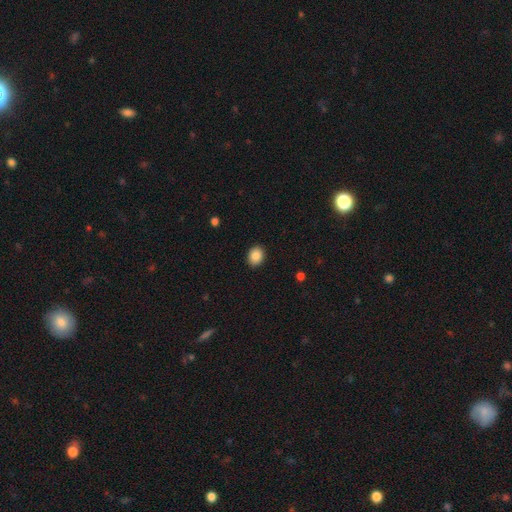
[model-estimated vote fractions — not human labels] smooth 87%, star or artifact 8%, featured or disk 4%. Down the decision tree: how rounded — in between (55%); merging — none (91%).